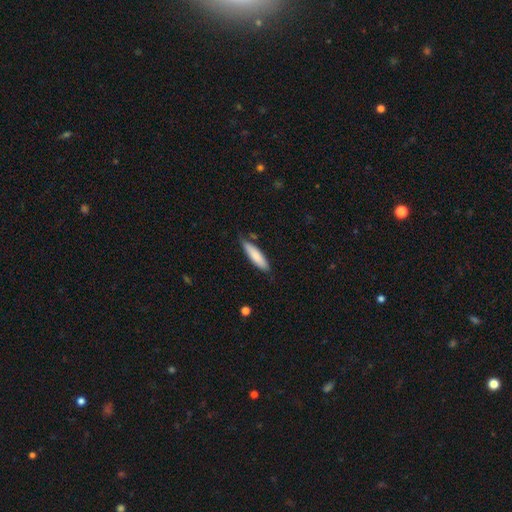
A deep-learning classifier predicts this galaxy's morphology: This is clearly a smooth galaxy (81%). How rounded: likely cigar-shaped (69%). Merging: likely none (77%).